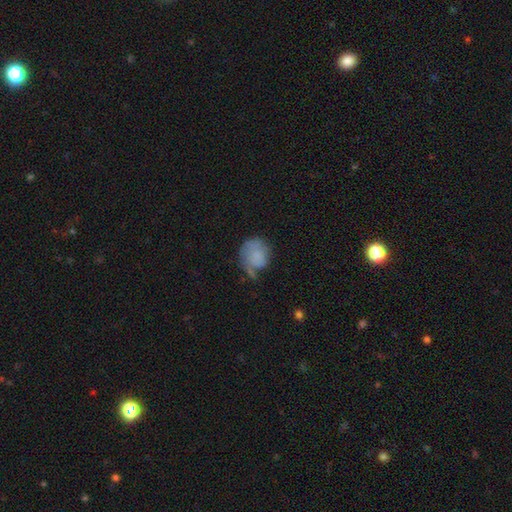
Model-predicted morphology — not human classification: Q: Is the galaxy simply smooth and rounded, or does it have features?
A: smooth — 63%.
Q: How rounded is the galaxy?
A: round — 66%.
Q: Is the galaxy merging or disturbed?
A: none — 38%.